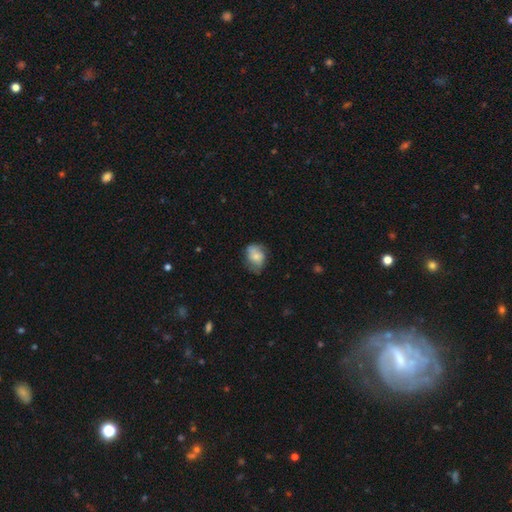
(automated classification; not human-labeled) Morphology: type=smooth (67%); roundness=in between (61%); merging=none (55%).